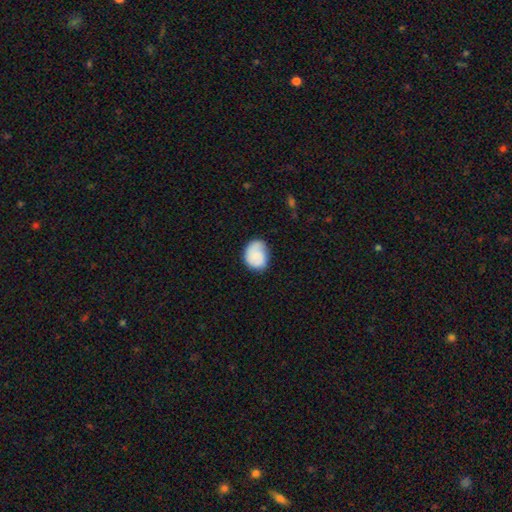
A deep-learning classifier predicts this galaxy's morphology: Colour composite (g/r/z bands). It shows a smooth galaxy with no disk features (62%) that is in between round and cigar-shaped (53%). Merging: none (65%).